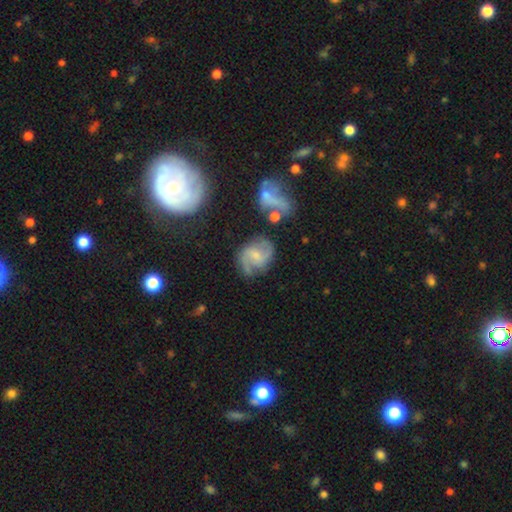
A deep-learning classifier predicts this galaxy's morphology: This appears to be a featured or disk galaxy (76%) with a weak bar (49%), 2 (78%) medium (50%) spiral arms (93%) and a small central bulge (50%). Merging: none (65%).